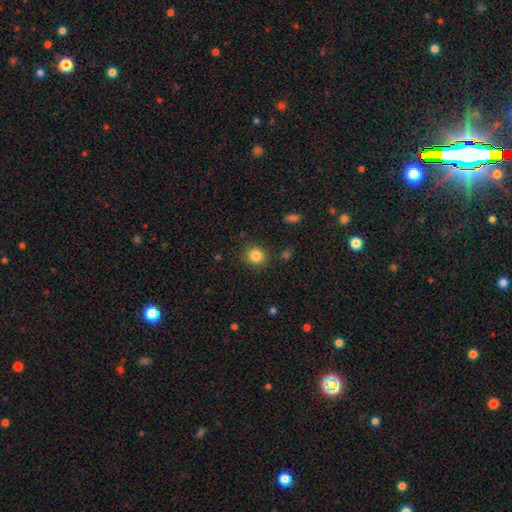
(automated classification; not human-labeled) Smooth or featured?
  - smooth: 84% *
  - star or artifact: 11%
  - featured or disk: 5%
How rounded?
  - round: 84% *
  - in between: 15%
  - cigar-shaped: 1%
Merging?
  - none: 88% *
  - minor disturbance: 8%
  - major disturbance: 3%
  - merger: 2%